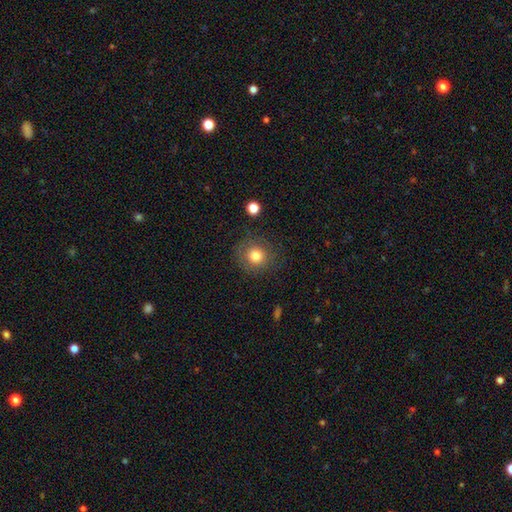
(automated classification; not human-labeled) A smooth galaxy with no disk features (77%) that is round (89%). Merging: none (81%).